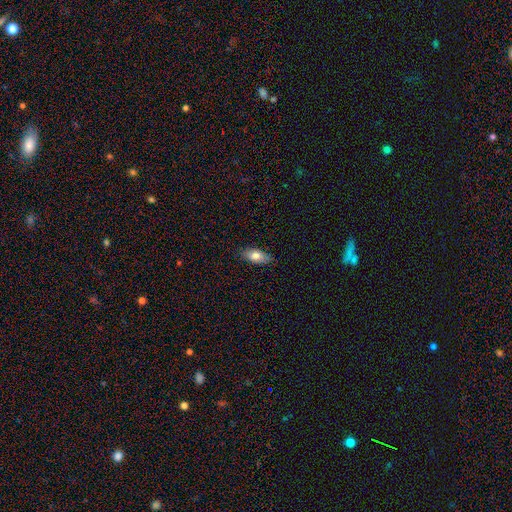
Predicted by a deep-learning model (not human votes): Smooth or featured? smooth (76%)
How rounded? in between (86%)
Merging? none (85%)